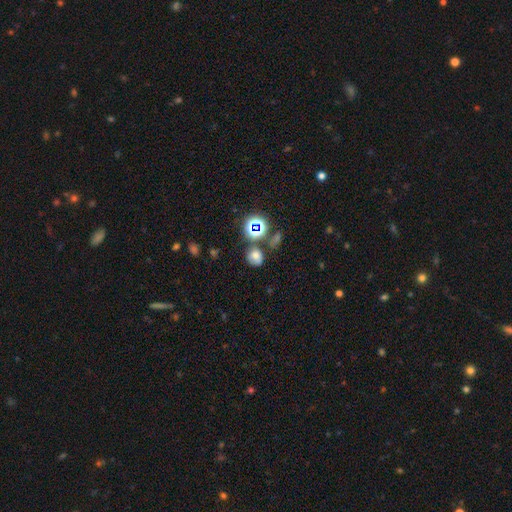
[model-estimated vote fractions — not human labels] Smooth or featured? Predicted: smooth (p=0.61). How rounded? Predicted: round (p=0.67). Merging? Predicted: none (p=0.59).